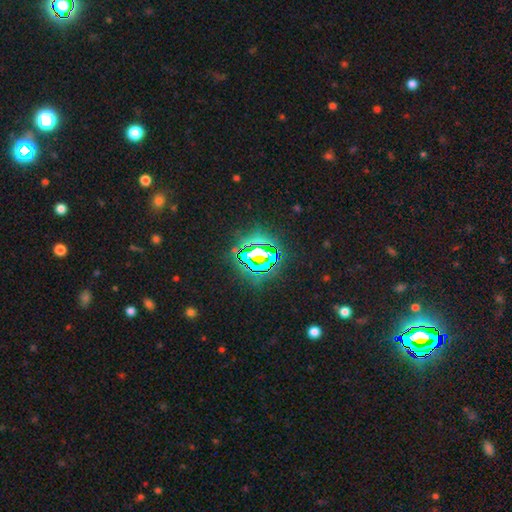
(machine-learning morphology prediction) Smooth or featured? star or artifact (81%)